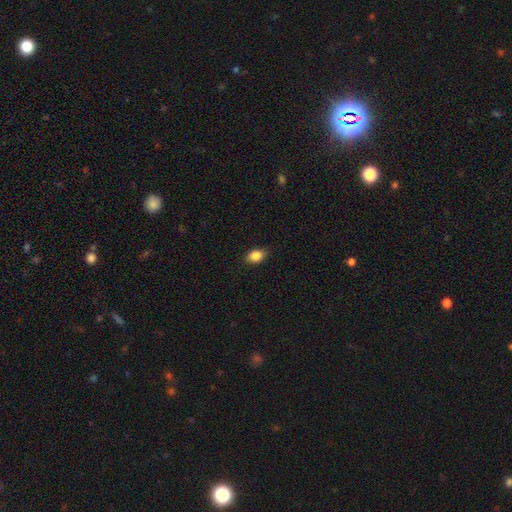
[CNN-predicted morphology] A smooth galaxy with no disk features (86%) that is in between round and cigar-shaped (80%).

Vote fractions:
- Smooth or featured? smooth: 86% / star or artifact: 8% / featured or disk: 6%
- How rounded? in between: 80% / round: 18% / cigar-shaped: 2%
- Merging? none: 85% / minor disturbance: 11% / major disturbance: 2% / merger: 1%